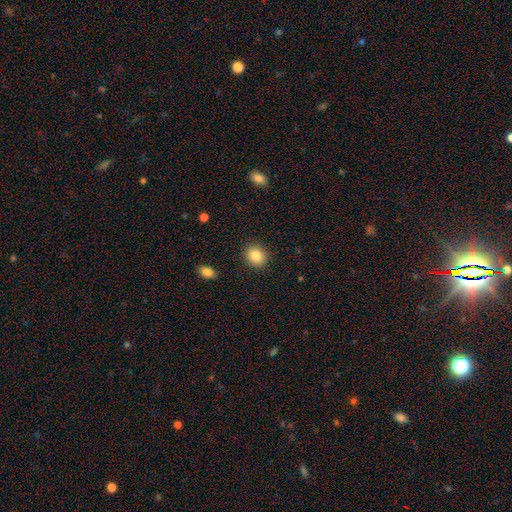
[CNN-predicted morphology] This is clearly a smooth galaxy (86%). How rounded: possibly round (58%). Merging: clearly none (89%).